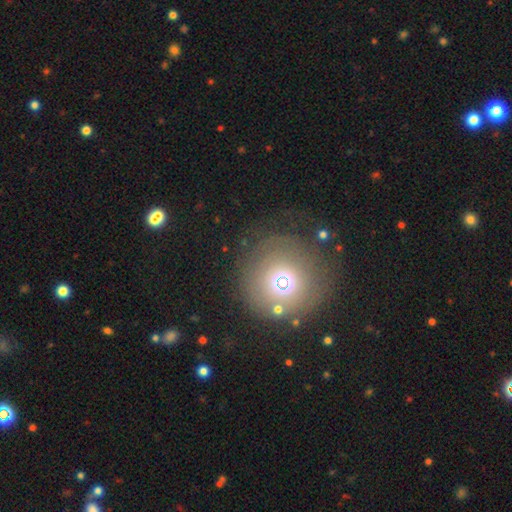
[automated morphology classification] Smooth or featured: smooth — 53% (star or artifact — 25%)
How rounded: round — 95% (in between — 4%)
Merging: none — 82% (minor disturbance — 9%)